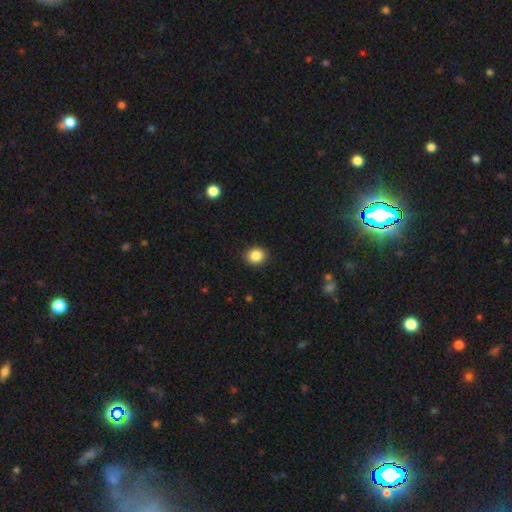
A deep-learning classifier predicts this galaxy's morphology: Smooth or featured? Predicted: smooth (p=0.86). How rounded? Predicted: round (p=0.72). Merging? Predicted: none (p=0.90).